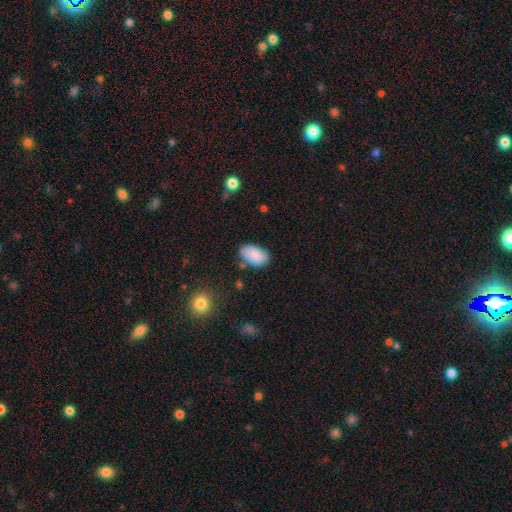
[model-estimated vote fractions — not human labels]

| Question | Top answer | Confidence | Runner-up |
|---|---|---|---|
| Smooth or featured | smooth | 86% | star or artifact (7%) |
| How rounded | in between | 93% | round (6%) |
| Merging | none | 72% | minor disturbance (20%) |